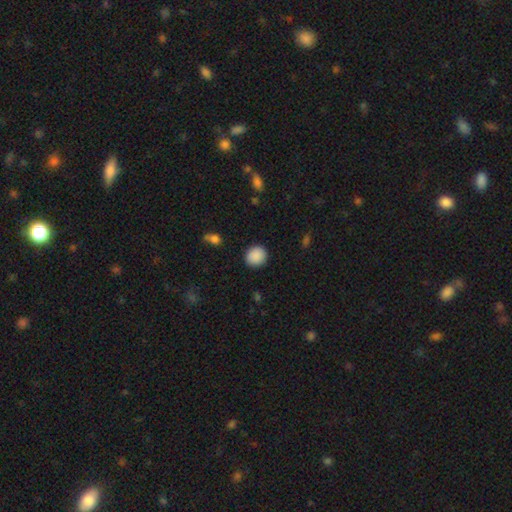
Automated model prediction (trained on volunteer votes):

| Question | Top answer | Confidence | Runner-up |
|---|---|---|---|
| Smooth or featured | smooth | 89% | star or artifact (8%) |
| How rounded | round | 82% | in between (17%) |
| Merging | none | 90% | minor disturbance (7%) |